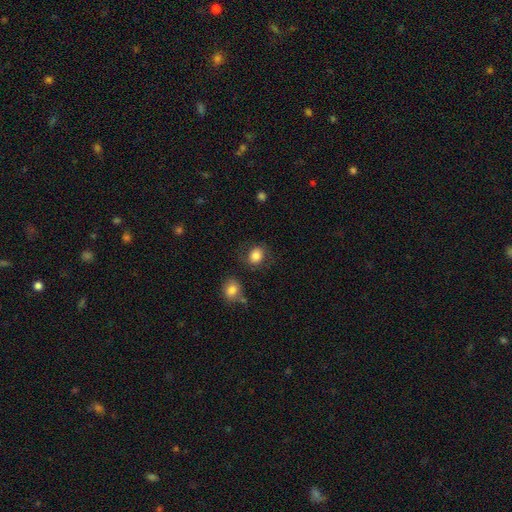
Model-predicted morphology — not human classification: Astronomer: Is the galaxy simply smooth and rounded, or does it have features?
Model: smooth — 81%.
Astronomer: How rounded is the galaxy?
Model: round — 52% (runner-up: in between, 47%).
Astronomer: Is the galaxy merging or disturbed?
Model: none — 72%.